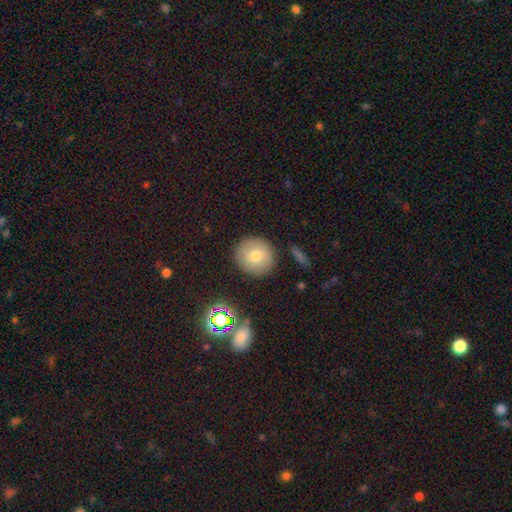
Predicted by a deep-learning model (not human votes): This appears to be a smooth galaxy with no disk features (74%) that is round (92%). Merging: none (88%).